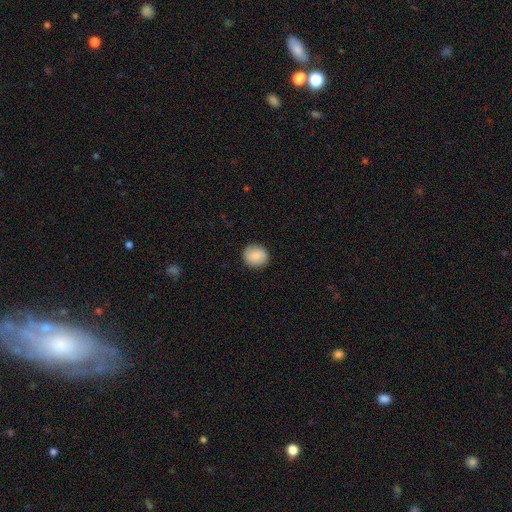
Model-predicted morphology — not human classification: Smooth or featured: smooth — 83% (featured or disk — 9%)
How rounded: round — 83% (in between — 16%)
Merging: none — 89% (minor disturbance — 8%)